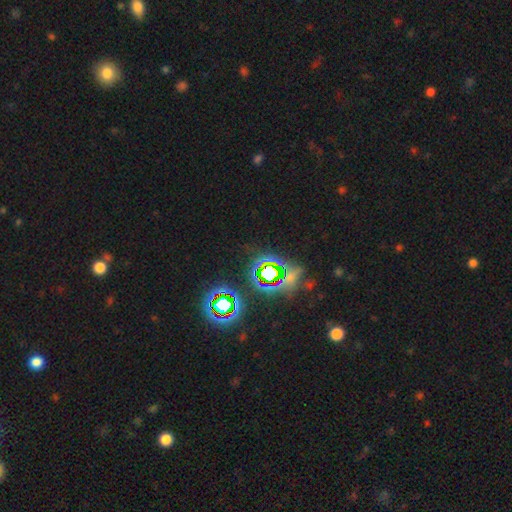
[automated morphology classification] Overall: star or artifact (80%).